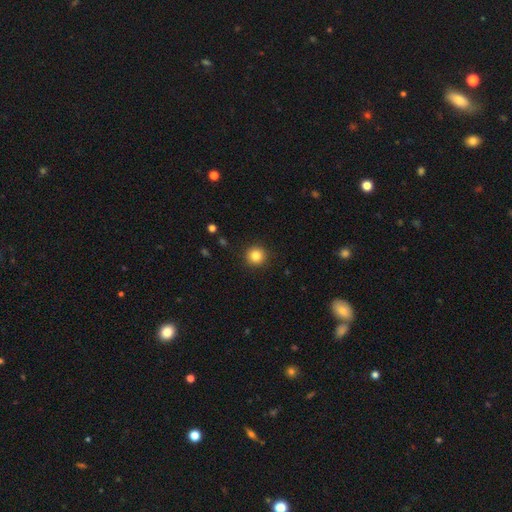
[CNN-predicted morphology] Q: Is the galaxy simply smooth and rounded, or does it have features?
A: smooth — 84%.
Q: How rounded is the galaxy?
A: round — 95%.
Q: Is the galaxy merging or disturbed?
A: none — 92%.